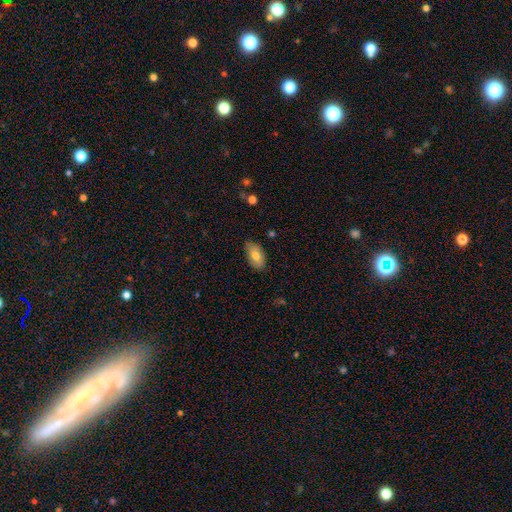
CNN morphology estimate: This appears to be a smooth galaxy with no disk features (75%) that is in between round and cigar-shaped (92%). Merging: none (80%).